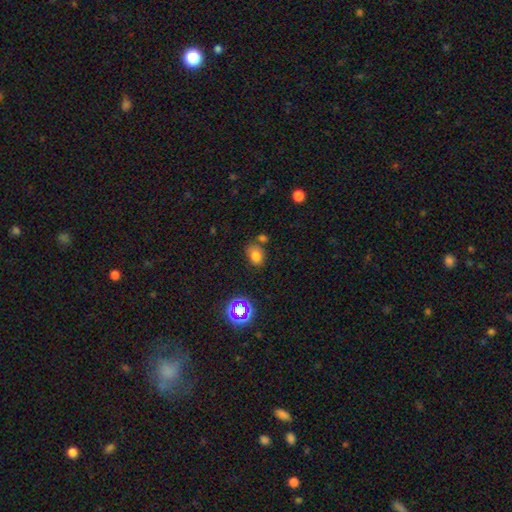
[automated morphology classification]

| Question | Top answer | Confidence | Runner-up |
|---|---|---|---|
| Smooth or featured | smooth | 73% | star or artifact (18%) |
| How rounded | in between | 67% | round (32%) |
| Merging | none | 66% | minor disturbance (16%) |